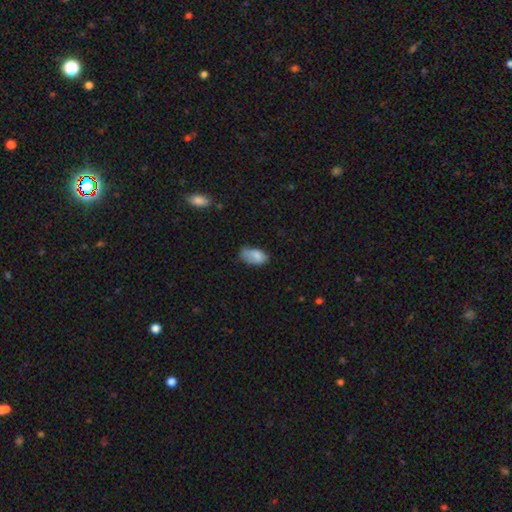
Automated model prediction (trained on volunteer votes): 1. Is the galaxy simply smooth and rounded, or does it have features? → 80% smooth, 11% featured or disk, 9% star or artifact.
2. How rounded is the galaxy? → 93% in between, 5% round, 3% cigar-shaped.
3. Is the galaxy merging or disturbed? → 40% minor disturbance (tied), 40% none (tied), 16% major disturbance, 4% merger.